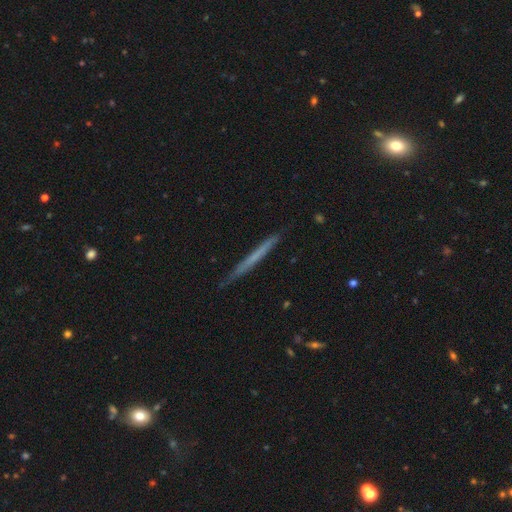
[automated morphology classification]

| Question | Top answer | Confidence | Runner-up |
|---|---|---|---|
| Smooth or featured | smooth | 50% | featured or disk (44%) |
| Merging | none | 87% | minor disturbance (10%) |